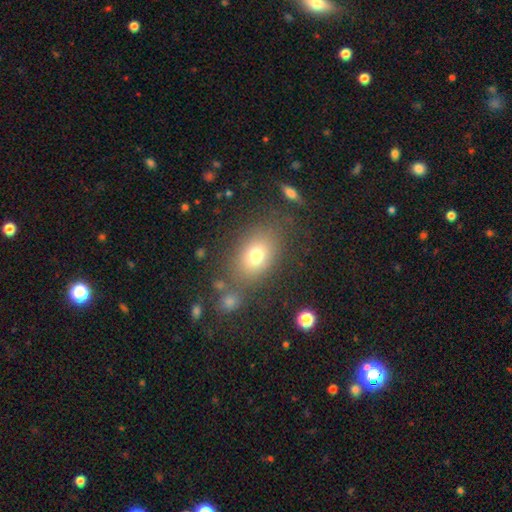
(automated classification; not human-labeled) Smooth or featured? smooth (73%)
How rounded? in between (67%)
Merging? none (71%)